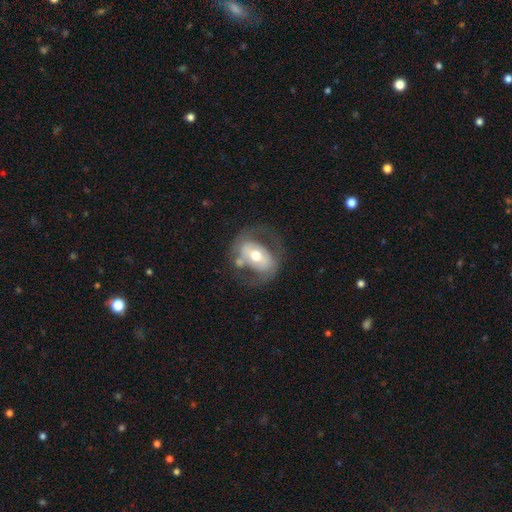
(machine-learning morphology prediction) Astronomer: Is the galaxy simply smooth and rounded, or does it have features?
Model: featured or disk — 67%.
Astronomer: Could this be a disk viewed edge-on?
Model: no — 94%.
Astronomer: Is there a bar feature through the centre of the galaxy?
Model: no — 39% (runner-up: strong, 31%).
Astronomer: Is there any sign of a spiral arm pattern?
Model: yes — 55% (runner-up: no, 45%).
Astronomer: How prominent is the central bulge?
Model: moderate — 72%.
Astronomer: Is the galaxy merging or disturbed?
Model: none — 55%.